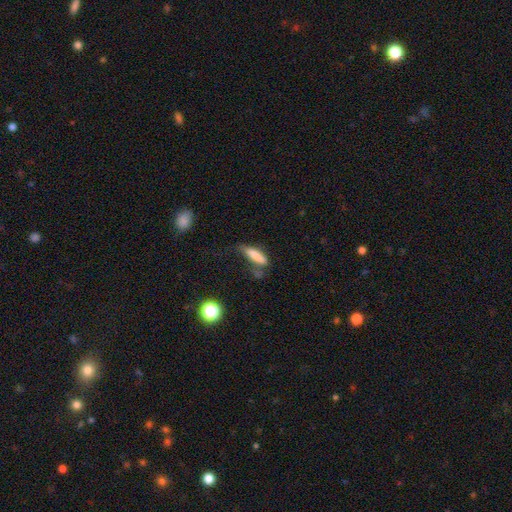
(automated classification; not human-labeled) Q: Smooth or featured?
A: smooth (77%); runner-up: featured or disk (14%)
Q: How rounded?
A: cigar-shaped (68%); runner-up: in between (30%)
Q: Merging?
A: none (43%); runner-up: minor disturbance (32%)